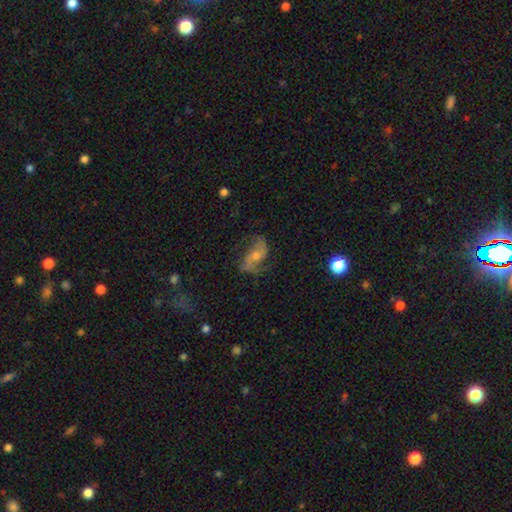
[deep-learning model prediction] A featured or disk galaxy (71%) with no bar (60%), 2 (87%) loose (64%) spiral arms (90%) and a small central bulge (48%). Merging: none (59%).